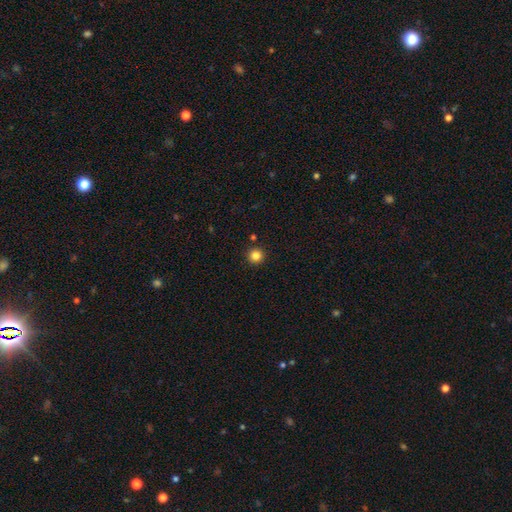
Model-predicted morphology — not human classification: smooth 83%, star or artifact 13%, featured or disk 4%. Down the decision tree: how rounded — round (96%); merging — none (91%).